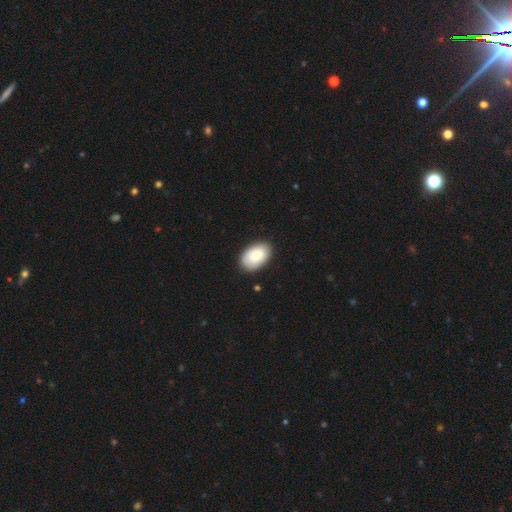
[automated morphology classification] This is clearly a smooth galaxy (87%). How rounded: clearly in between (92%). Merging: clearly none (86%).